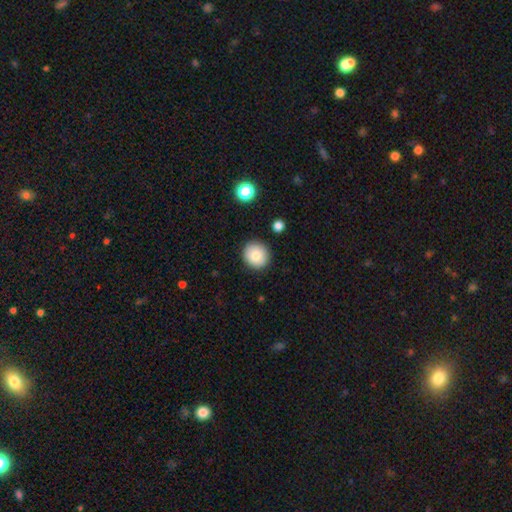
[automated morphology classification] This appears to be a smooth galaxy with no disk features (82%) that is round (89%). Merging: none (89%).